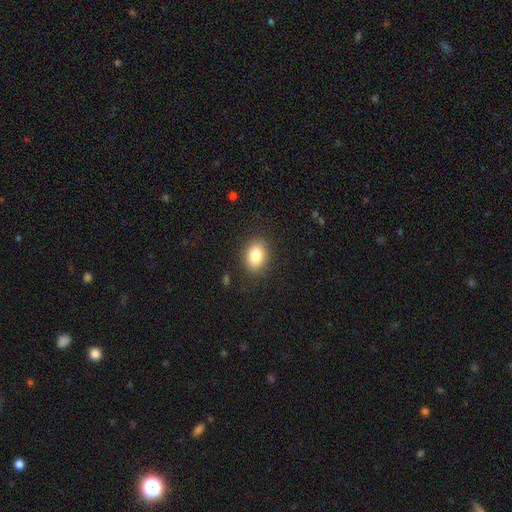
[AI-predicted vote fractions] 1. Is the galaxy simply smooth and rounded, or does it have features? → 83% smooth, 9% star or artifact, 8% featured or disk.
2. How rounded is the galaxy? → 68% in between, 31% round, 1% cigar-shaped.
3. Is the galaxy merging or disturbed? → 87% none, 9% minor disturbance, 3% major disturbance, 1% merger.